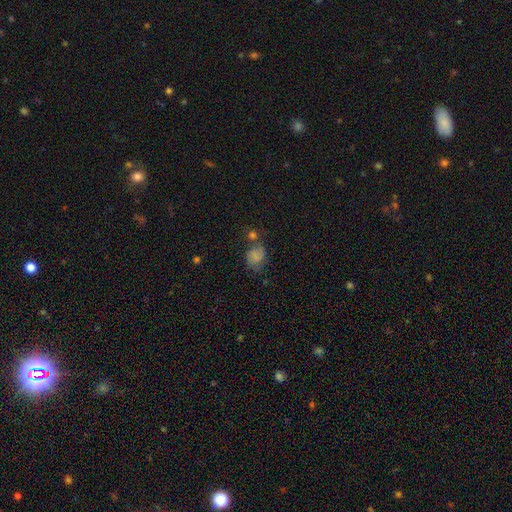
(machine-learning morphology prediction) Q: Smooth or featured?
A: smooth (70%); runner-up: featured or disk (16%)
Q: How rounded?
A: round (52%); runner-up: in between (47%)
Q: Merging?
A: none (45%); runner-up: minor disturbance (22%)